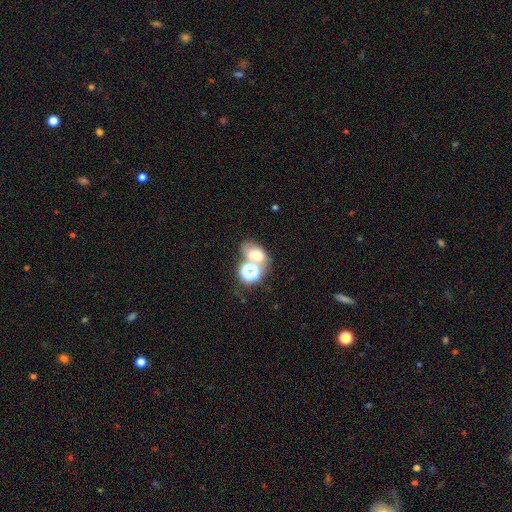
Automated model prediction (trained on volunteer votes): A smooth galaxy with no disk features (63%) that is in between round and cigar-shaped (68%).

Vote fractions:
- Smooth or featured? smooth: 63% / star or artifact: 21% / featured or disk: 16%
- How rounded? in between: 68% / round: 30% / cigar-shaped: 2%
- Merging? merger: 43% / none: 36% / minor disturbance: 12% / major disturbance: 9%